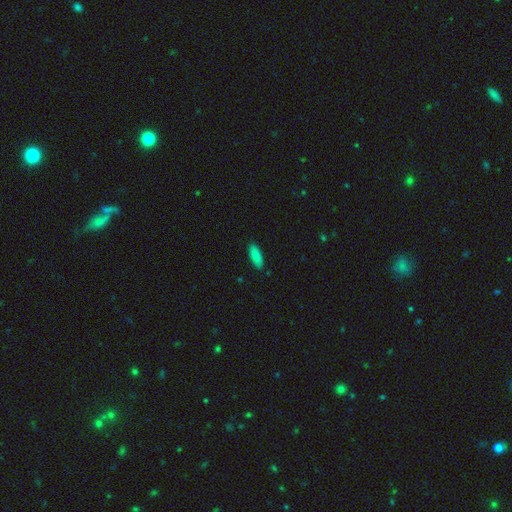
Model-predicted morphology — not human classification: smooth-or-featured: smooth: 86% | star or artifact: 7% | featured or disk: 7%
  how-rounded: in between: 70% | cigar-shaped: 28% | round: 2%
  merging: none: 88% | minor disturbance: 9% | major disturbance: 2% | merger: 1%